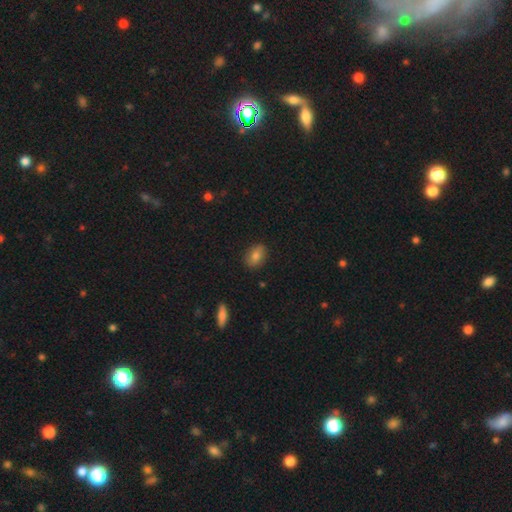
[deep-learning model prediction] The model was most divided on "how rounded": in between: 79%, round: 19%, cigar-shaped: 2%. More confident: merging — none (86%); smooth or featured — smooth (81%).